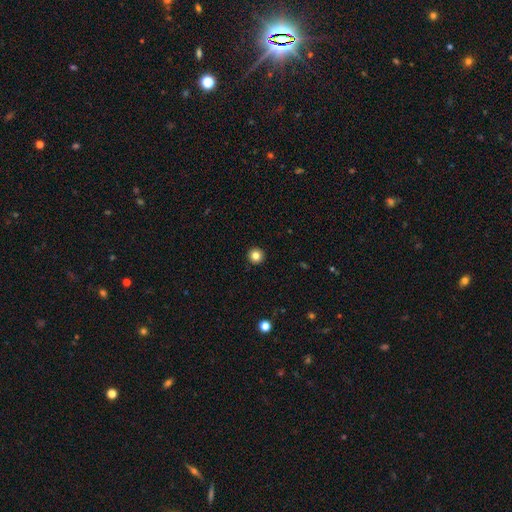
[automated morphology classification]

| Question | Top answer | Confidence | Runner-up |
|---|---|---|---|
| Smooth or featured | smooth | 83% | star or artifact (11%) |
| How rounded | round | 96% | in between (3%) |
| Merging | none | 94% | minor disturbance (4%) |